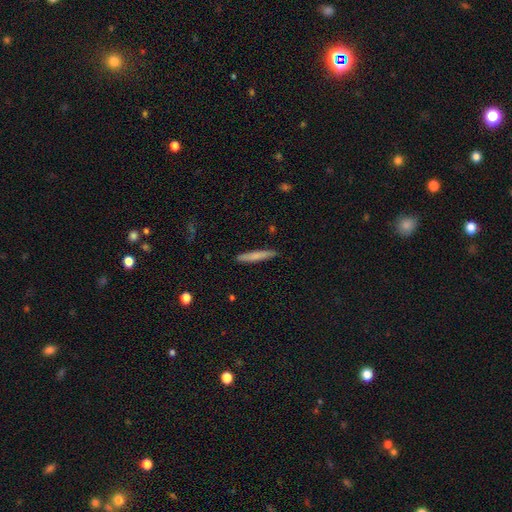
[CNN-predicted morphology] Smooth or featured? smooth (72%)
How rounded? cigar-shaped (94%)
Merging? none (90%)